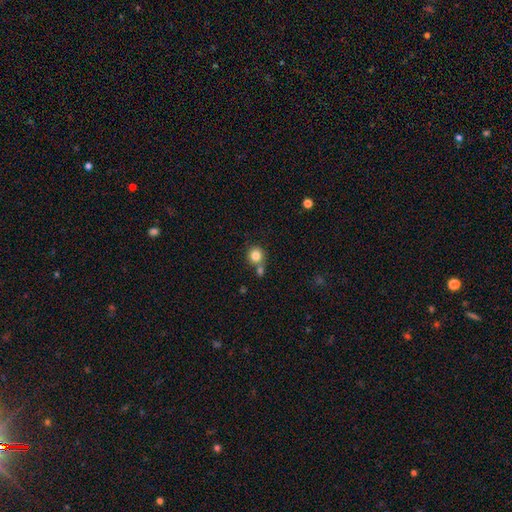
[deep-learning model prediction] Smooth or featured: smooth — 83% (star or artifact — 10%)
How rounded: round — 90% (in between — 9%)
Merging: none — 61% (merger — 26%)